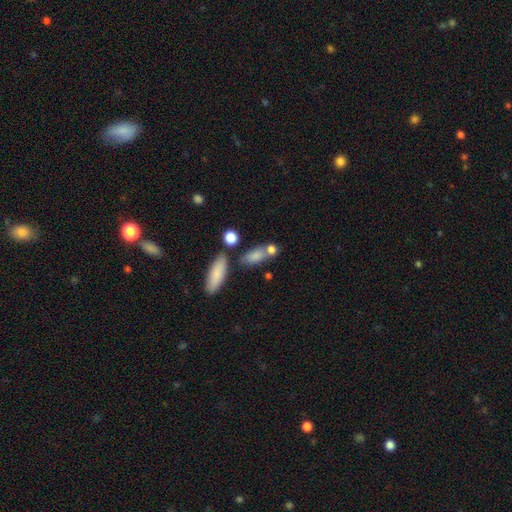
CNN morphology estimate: Smooth or featured? Predicted: smooth (p=0.78). How rounded? Predicted: in between (p=0.66). Merging? Predicted: none (p=0.56).